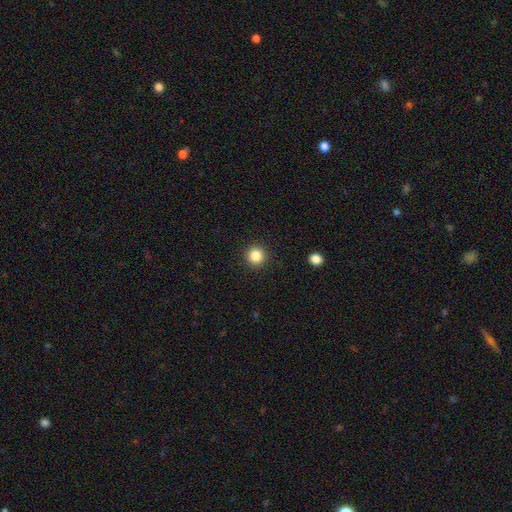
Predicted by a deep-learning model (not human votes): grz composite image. It shows a smooth galaxy with no disk features (85%) that is round (95%). Merging: none (93%).